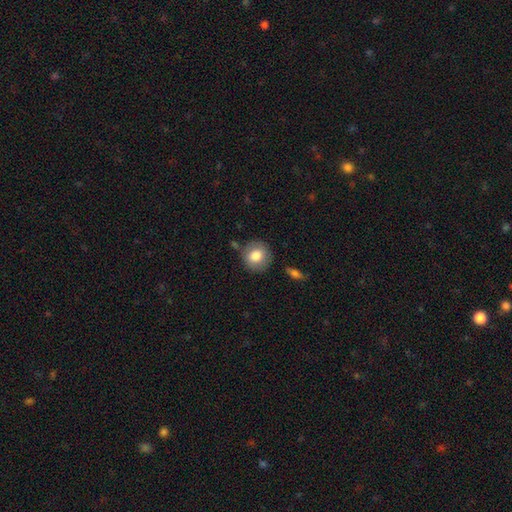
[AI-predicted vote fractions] Morphology: type=smooth (80%); roundness=round (89%); merging=none (82%).